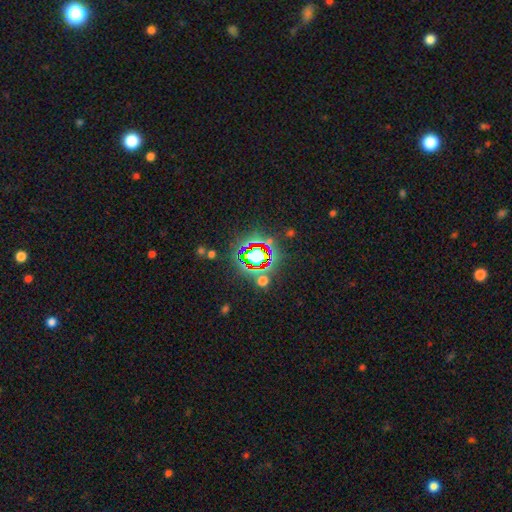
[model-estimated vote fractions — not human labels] Morphology: type=star or artifact (68%).